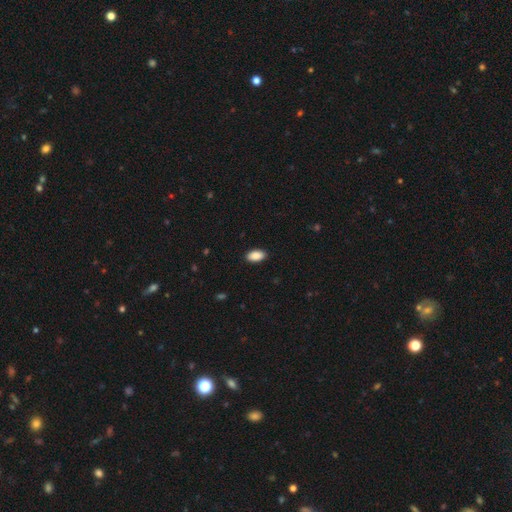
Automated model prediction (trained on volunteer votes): The model was most divided on "merging": none: 90%, minor disturbance: 7%, major disturbance: 2%, merger: 1%. More confident: how rounded — in between (94%); smooth or featured — smooth (90%).